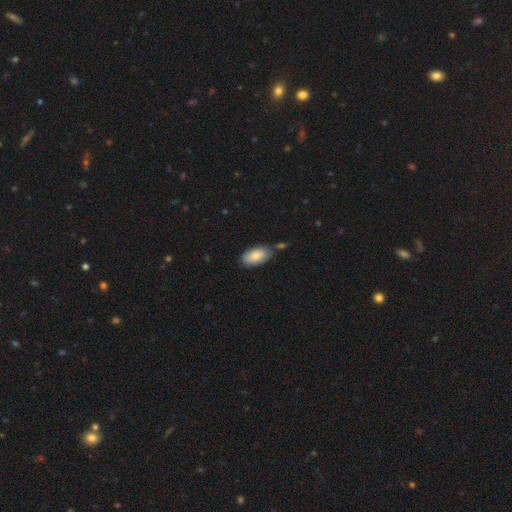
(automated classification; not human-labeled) This appears to be a smooth galaxy with no disk features (82%) that is in between round and cigar-shaped (94%). Merging: none (65%).